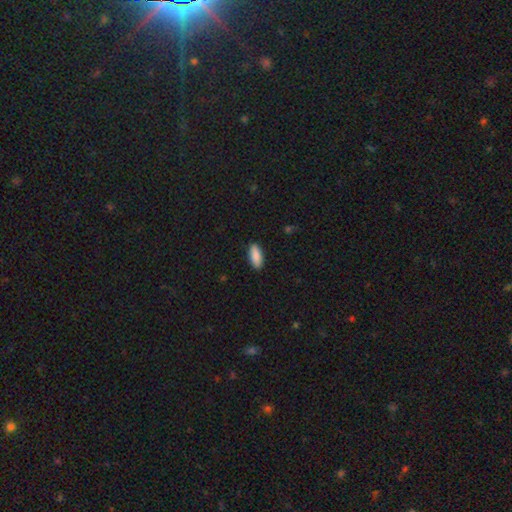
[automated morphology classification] This appears to be a smooth galaxy with no disk features (90%) that is in between round and cigar-shaped (83%). Merging: none (89%).